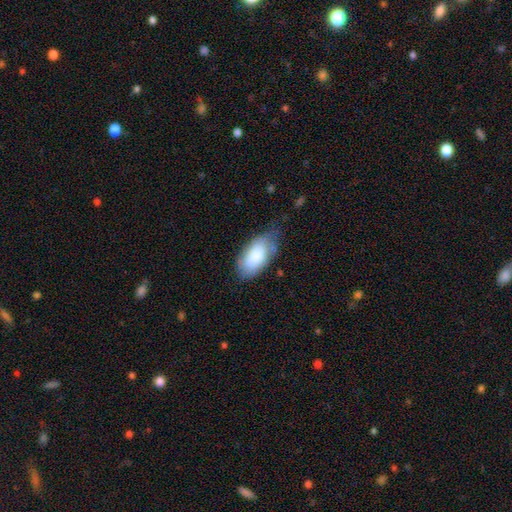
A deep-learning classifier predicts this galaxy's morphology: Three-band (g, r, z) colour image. It shows a smooth galaxy with no disk features (79%) that is in between round and cigar-shaped (94%). Merging: none (55%).